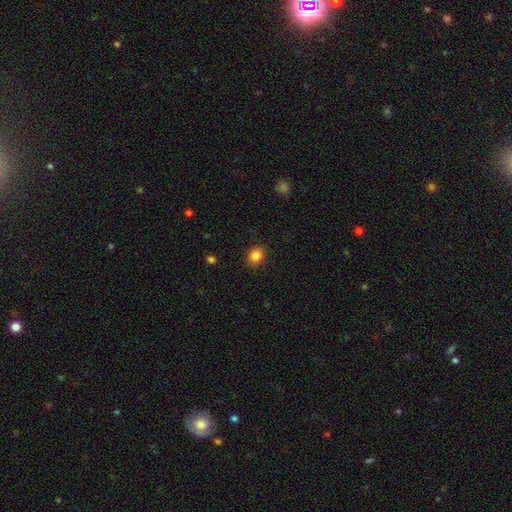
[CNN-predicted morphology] A smooth galaxy with no disk features (85%) that is round (65%).

Vote fractions:
- Smooth or featured? smooth: 85% / star or artifact: 10% / featured or disk: 5%
- How rounded? round: 65% / in between: 35% / cigar-shaped: 1%
- Merging? none: 87% / minor disturbance: 10% / major disturbance: 2% / merger: 1%